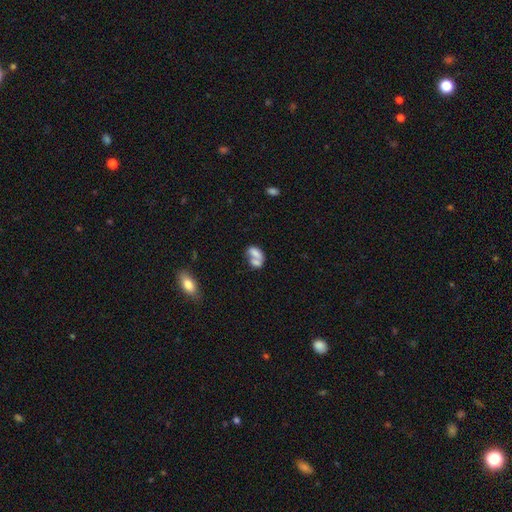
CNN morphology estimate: smooth-or-featured: smooth: 65% | featured or disk: 25% | star or artifact: 10%
  how-rounded: in between: 83% | round: 14% | cigar-shaped: 3%
  merging: merger: 58% | none: 22% | minor disturbance: 10% | major disturbance: 9%